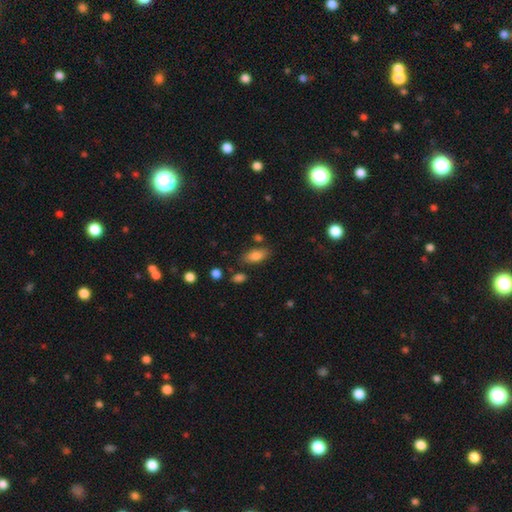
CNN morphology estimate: This is clearly a smooth galaxy (82%). How rounded: clearly in between (88%). Merging: likely none (77%).